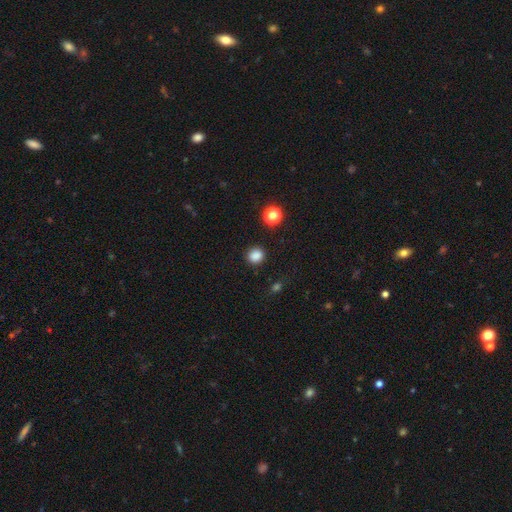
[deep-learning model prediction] A smooth galaxy with no disk features (85%) that is round (85%). Merging: none (87%).